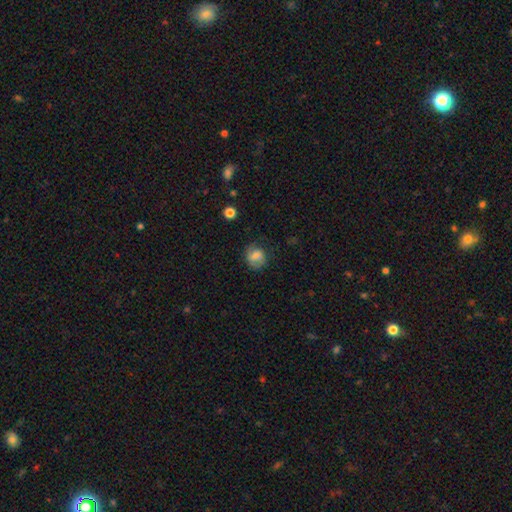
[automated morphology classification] type=smooth (71%); roundness=round (72%); merging=none (69%).